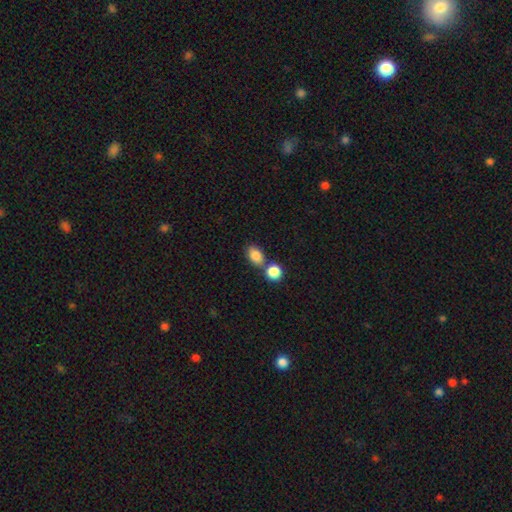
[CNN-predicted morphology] Smooth or featured?
  - smooth: 85% *
  - star or artifact: 9%
  - featured or disk: 6%
How rounded?
  - in between: 78% *
  - round: 21%
  - cigar-shaped: 2%
Merging?
  - none: 53% *
  - merger: 33%
  - minor disturbance: 11%
  - major disturbance: 3%